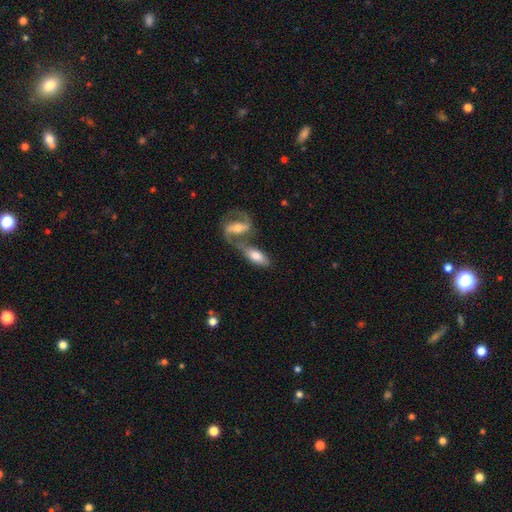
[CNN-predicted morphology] Smooth or featured? Predicted: smooth (p=0.55). How rounded? Predicted: in between (p=0.75). Merging? Predicted: merger (p=0.51).